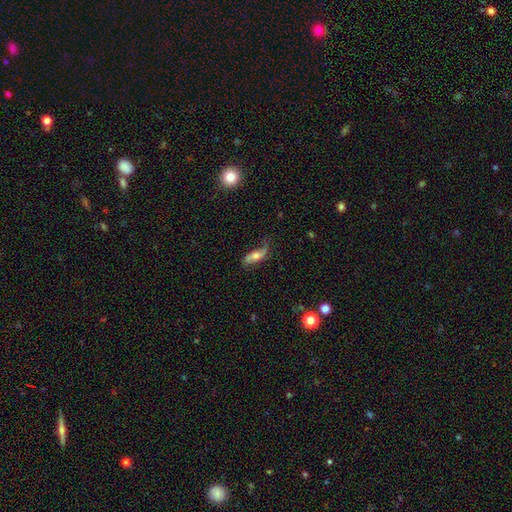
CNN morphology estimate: This is possibly a featured or disk galaxy (56%). It is likely not viewed edge-on (78%). Merging: possibly none (56%).